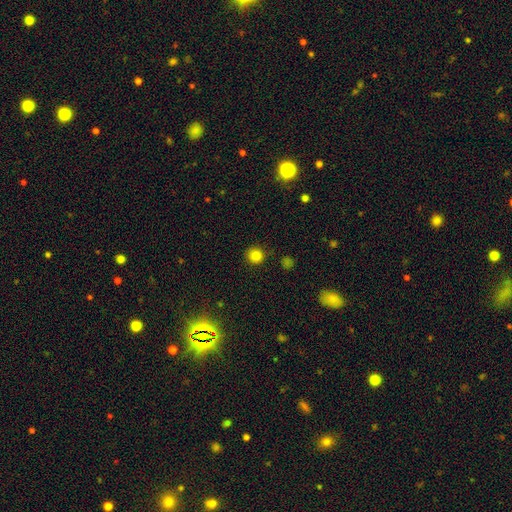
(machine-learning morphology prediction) smooth_or_featured: smooth (p=0.82) [alt: star or artifact p=0.13]
how_rounded: round (p=0.93) [alt: in between p=0.06]
merging: none (p=0.90) [alt: minor disturbance p=0.07]